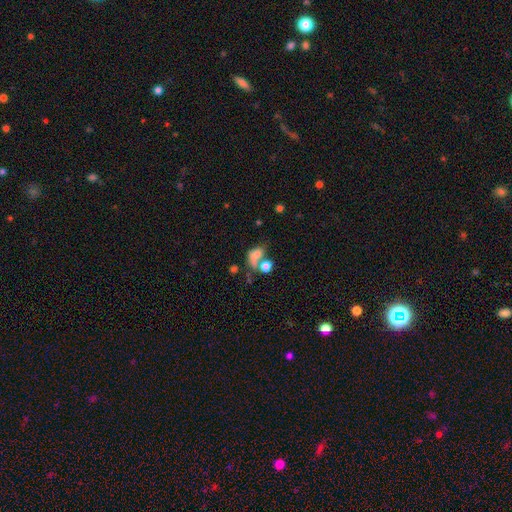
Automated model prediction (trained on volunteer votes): A smooth galaxy with no disk features (65%) that is in between round and cigar-shaped (67%). Merging: merger (47%).